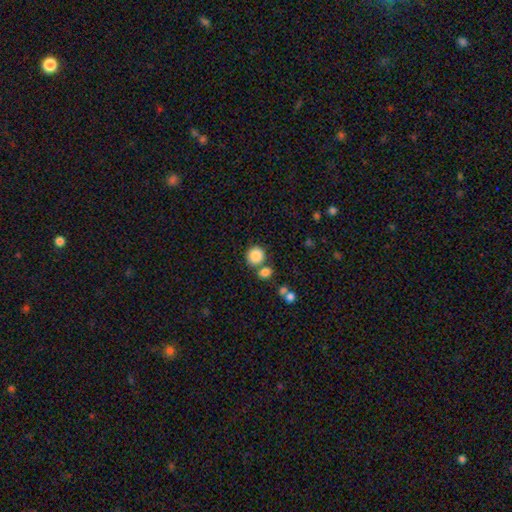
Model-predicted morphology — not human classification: smooth 86%, star or artifact 9%, featured or disk 5%. Down the decision tree: how rounded — round (88%); merging — none (65%).